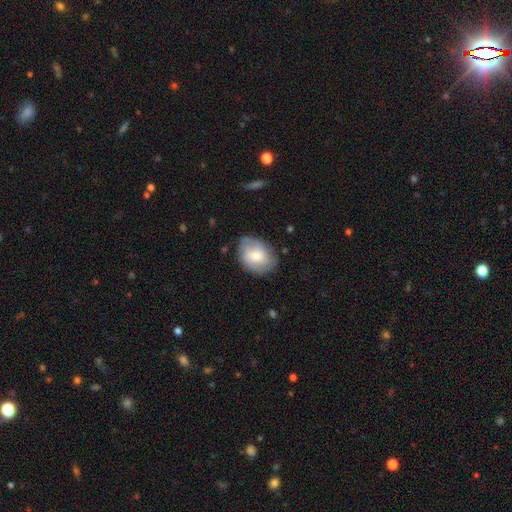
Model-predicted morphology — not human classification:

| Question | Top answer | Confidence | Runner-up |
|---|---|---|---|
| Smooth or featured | smooth | 62% | featured or disk (31%) |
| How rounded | in between | 67% | round (31%) |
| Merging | none | 73% | minor disturbance (20%) |